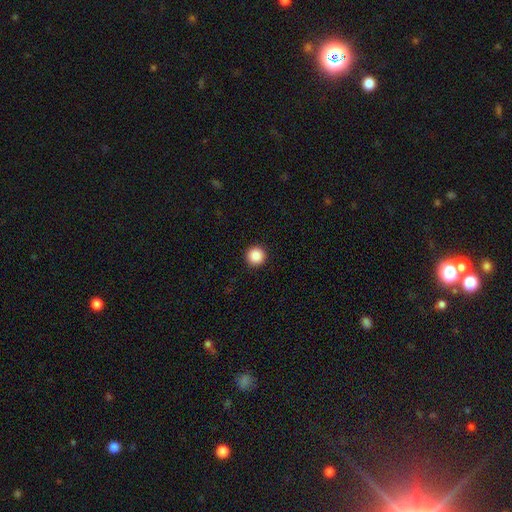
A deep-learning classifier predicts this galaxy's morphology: Smooth or featured: smooth — 88% (star or artifact — 10%)
How rounded: round — 97% (in between — 2%)
Merging: none — 94% (minor disturbance — 4%)